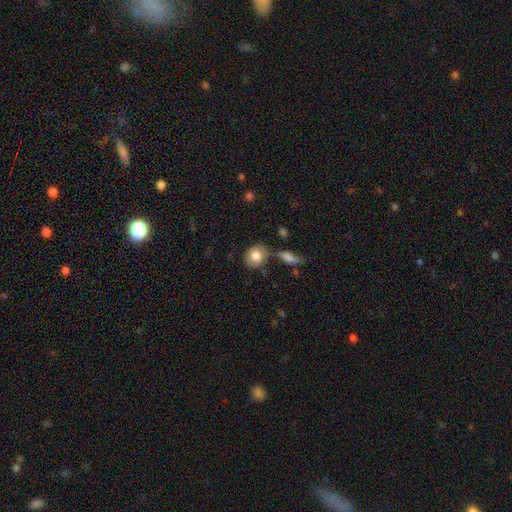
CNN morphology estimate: A smooth galaxy with no disk features (80%) that is round (63%).

Vote fractions:
- Smooth or featured? smooth: 80% / featured or disk: 13% / star or artifact: 7%
- How rounded? round: 63% / in between: 35% / cigar-shaped: 2%
- Merging? none: 69% / minor disturbance: 17% / merger: 10% / major disturbance: 5%